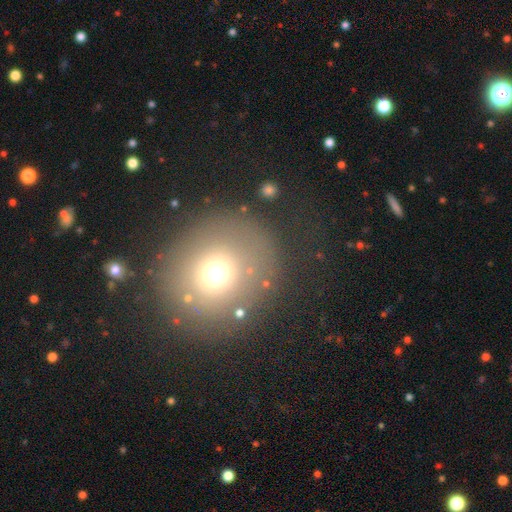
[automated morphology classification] Smooth or featured? Predicted: smooth (p=0.61). How rounded? Predicted: round (p=0.83). Merging? Predicted: none (p=0.78).